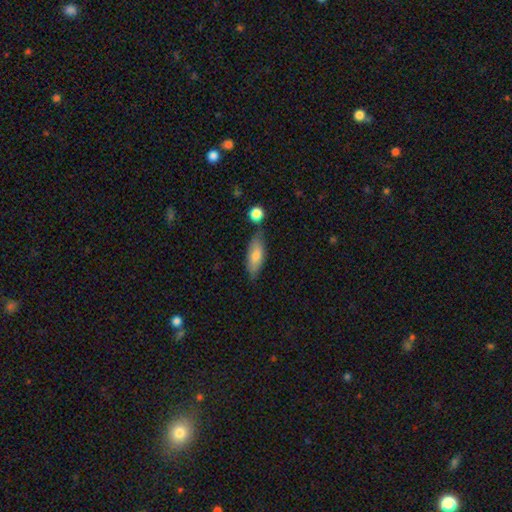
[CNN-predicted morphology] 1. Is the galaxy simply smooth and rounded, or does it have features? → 71% smooth, 22% featured or disk, 6% star or artifact.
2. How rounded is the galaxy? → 67% in between, 30% cigar-shaped, 3% round.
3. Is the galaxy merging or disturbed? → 67% none, 20% minor disturbance, 9% merger, 5% major disturbance.